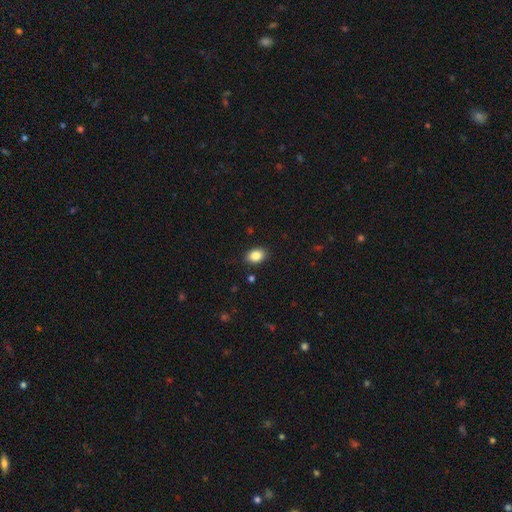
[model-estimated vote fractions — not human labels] This appears to be a smooth galaxy with no disk features (87%) that is in between round and cigar-shaped (75%). Merging: none (88%).